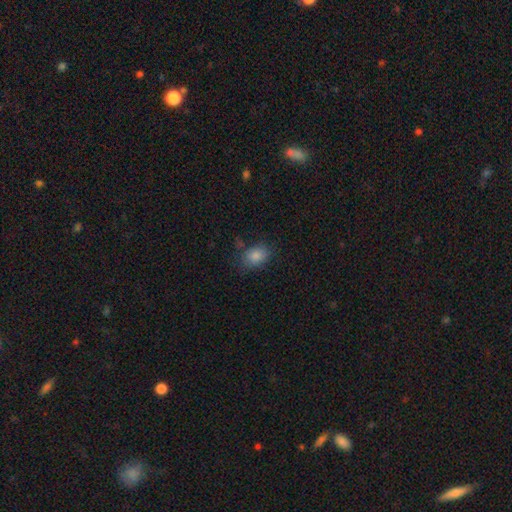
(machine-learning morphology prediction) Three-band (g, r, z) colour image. It shows a smooth galaxy with no disk features (82%) that is in between round and cigar-shaped (71%). Merging: none (76%).